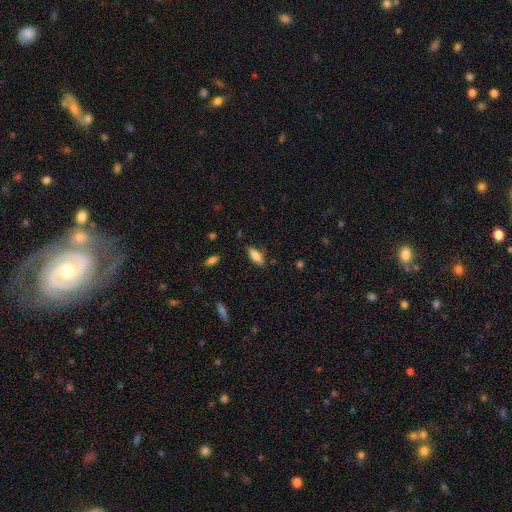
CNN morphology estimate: This appears to be a smooth galaxy with no disk features (79%) that is in between round and cigar-shaped (69%). Merging: none (82%).